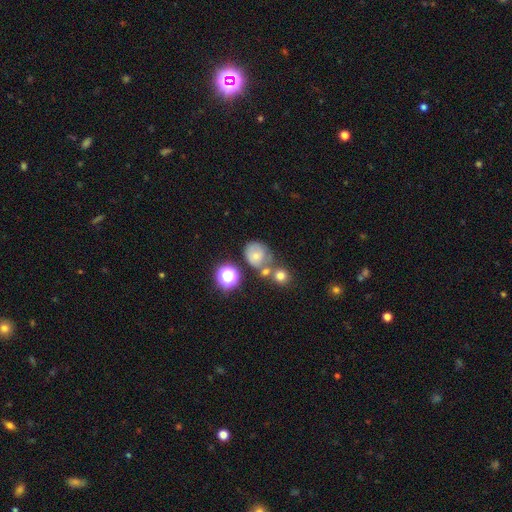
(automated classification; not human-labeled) Smooth or featured? smooth (58%)
How rounded? round (68%)
Merging? none (46%)